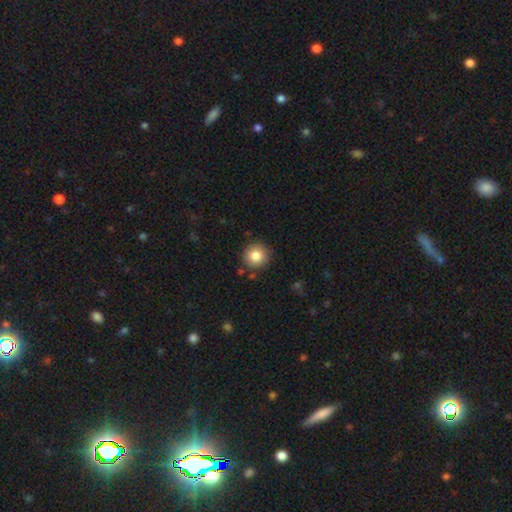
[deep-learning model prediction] A smooth galaxy with no disk features (83%) that is round (94%).

Vote fractions:
- Smooth or featured? smooth: 83% / star or artifact: 10% / featured or disk: 8%
- How rounded? round: 94% / in between: 5% / cigar-shaped: 1%
- Merging? none: 88% / minor disturbance: 8% / merger: 2% / major disturbance: 2%